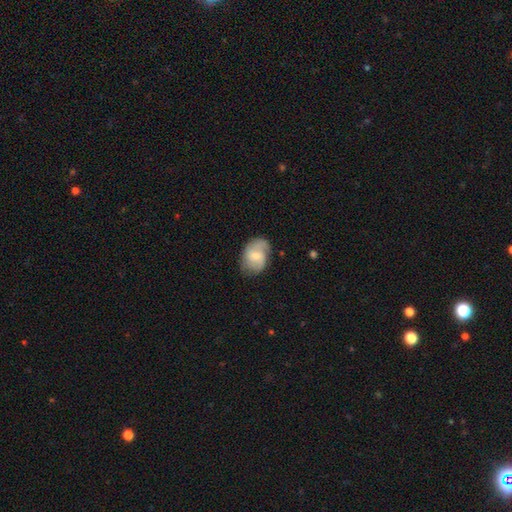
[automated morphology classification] This appears to be a featured or disk galaxy (55%) with no bar (50%), spiral arms (88%) and a small central bulge (47%). Merging: none (64%).